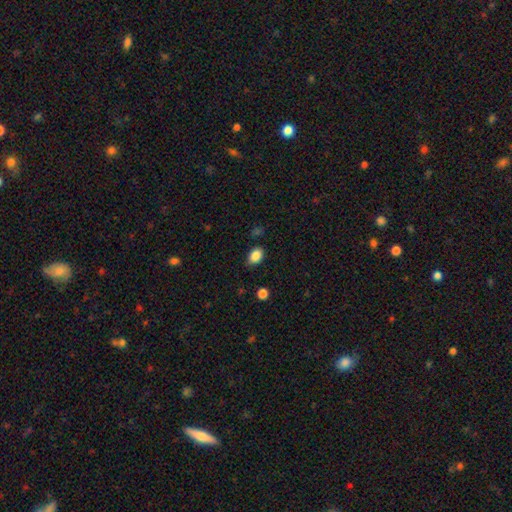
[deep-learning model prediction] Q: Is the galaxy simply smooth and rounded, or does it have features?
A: smooth — 87%.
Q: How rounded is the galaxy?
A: in between — 81%.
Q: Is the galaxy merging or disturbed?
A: none — 80%.